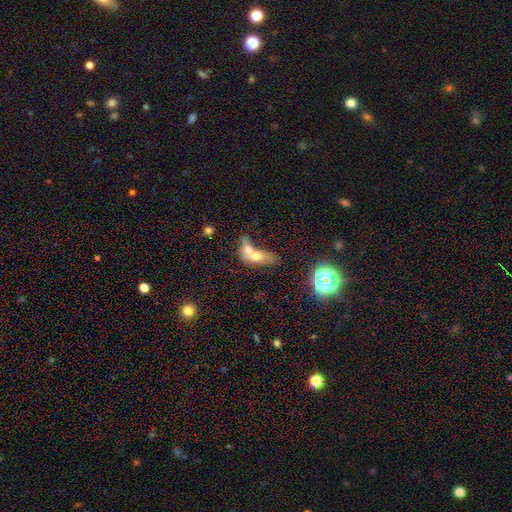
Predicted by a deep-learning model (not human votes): Q: Smooth or featured?
A: smooth (60%); runner-up: featured or disk (29%)
Q: How rounded?
A: in between (68%); runner-up: round (22%)
Q: Merging?
A: merger (76%); runner-up: none (11%)